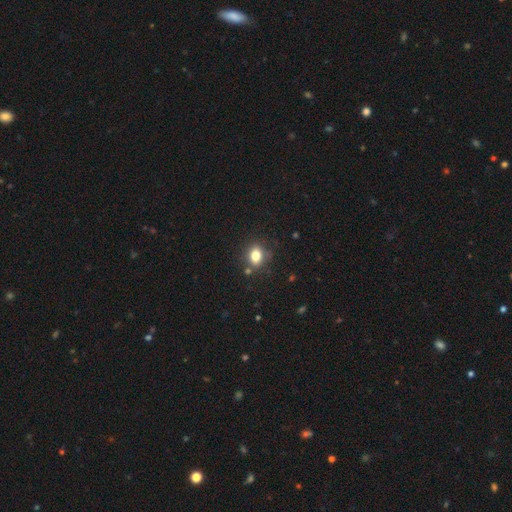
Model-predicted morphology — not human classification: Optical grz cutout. It shows a smooth galaxy with no disk features (80%) that is in between round and cigar-shaped (53%). Merging: none (77%).